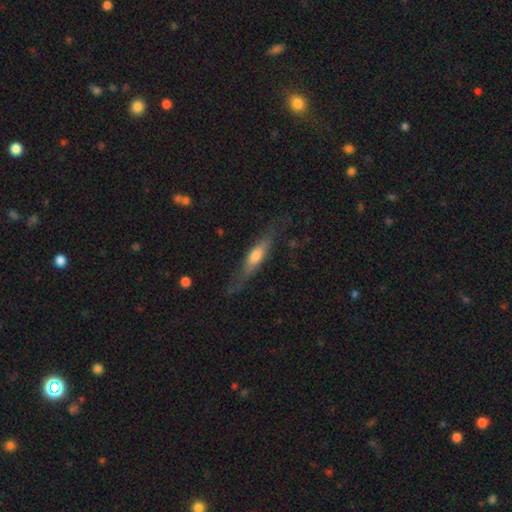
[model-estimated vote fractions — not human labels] featured or disk 51%, smooth 43%, star or artifact 6%. Down the decision tree: edge-on disk — yes (81%); merging — none (65%).